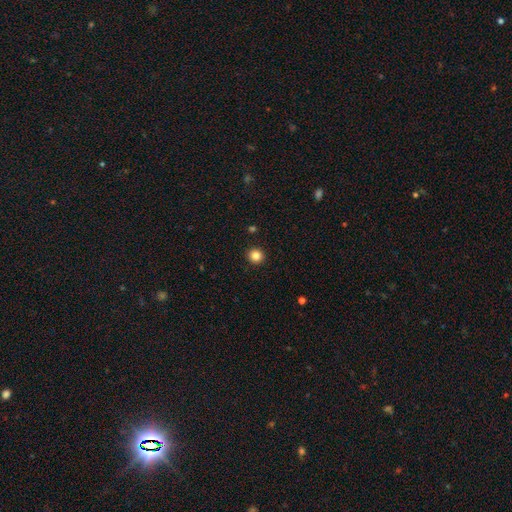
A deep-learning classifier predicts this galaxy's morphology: Overall: smooth (84%). How rounded: round (92%). Merging: none (93%).